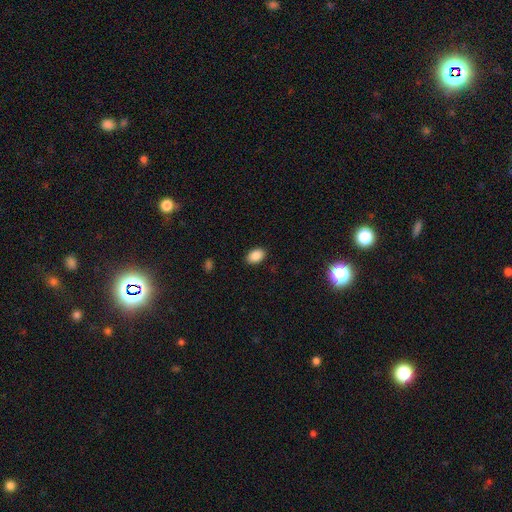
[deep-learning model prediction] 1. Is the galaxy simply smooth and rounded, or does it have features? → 88% smooth, 8% star or artifact, 4% featured or disk.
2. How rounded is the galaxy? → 88% in between, 11% round, 1% cigar-shaped.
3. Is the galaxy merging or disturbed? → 89% none, 8% minor disturbance, 2% major disturbance, 1% merger.